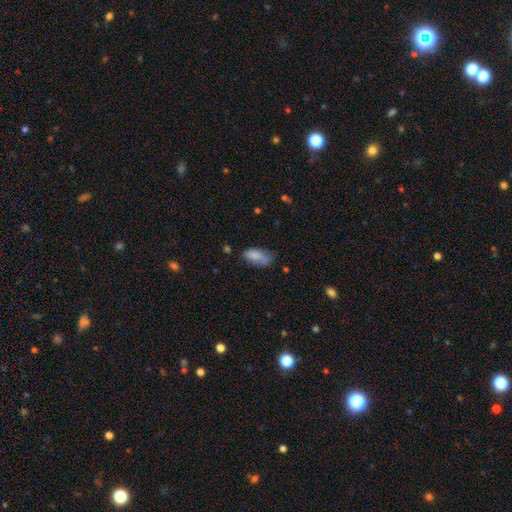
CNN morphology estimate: smooth_or_featured: smooth (p=0.80) [alt: featured or disk p=0.12]
how_rounded: in between (p=0.87) [alt: cigar-shaped p=0.11]
merging: none (p=0.52) [alt: minor disturbance p=0.32]